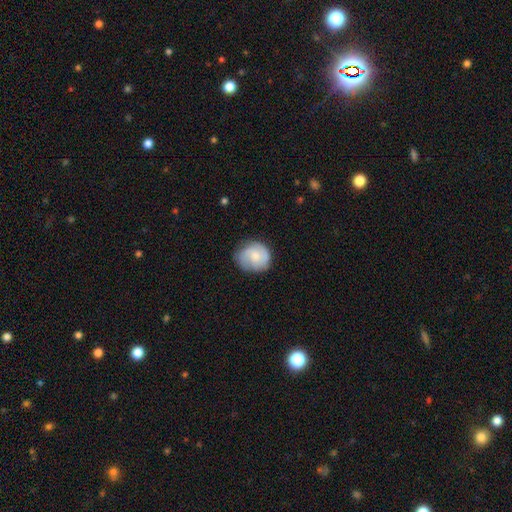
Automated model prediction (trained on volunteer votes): This is possibly a featured or disk galaxy (49%). Merging: likely none (72%).